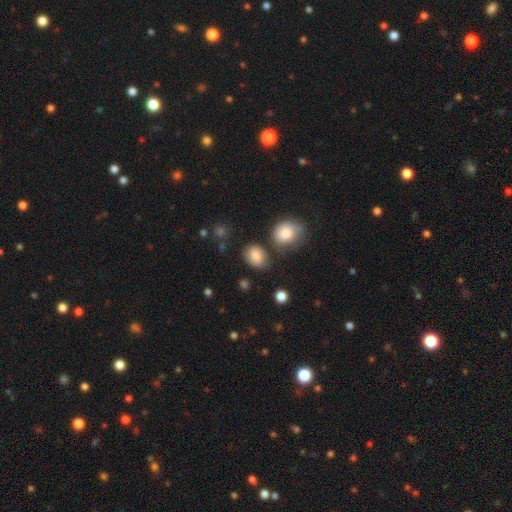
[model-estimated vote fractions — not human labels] Smooth or featured: smooth — 80% (featured or disk — 11%)
How rounded: in between — 65% (round — 34%)
Merging: none — 69% (minor disturbance — 18%)